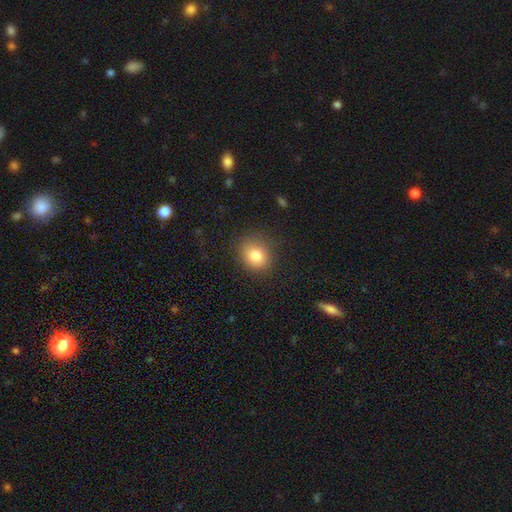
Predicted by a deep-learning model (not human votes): This appears to be a smooth galaxy with no disk features (82%) that is round (68%). Merging: none (83%).